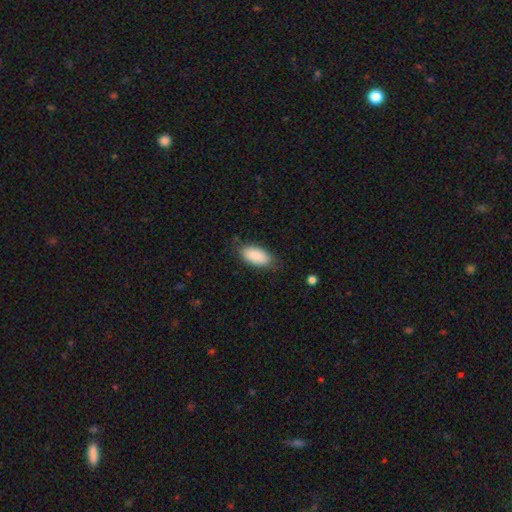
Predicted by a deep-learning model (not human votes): Morphology: type=smooth (88%); roundness=in between (92%); merging=none (78%).